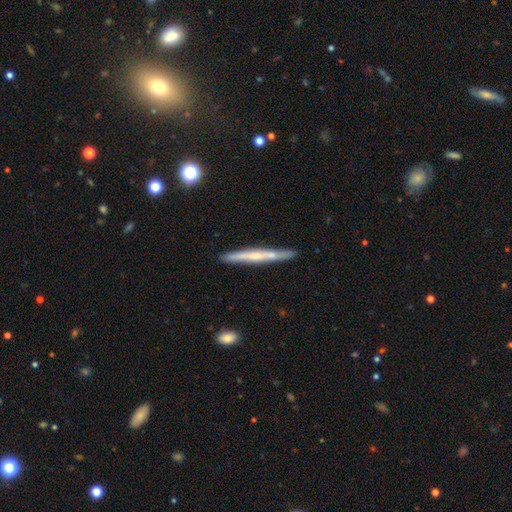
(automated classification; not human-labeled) Overall: featured or disk (55%; smooth 39%). Edge-on disk: yes (95%). Edge-on bulge: none (62%; rounded 30%). Merging: none (86%).